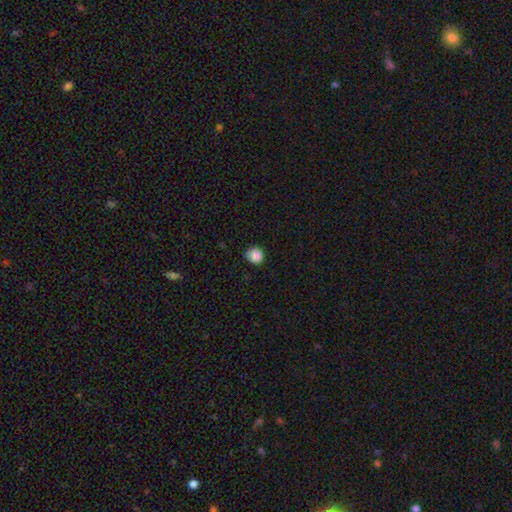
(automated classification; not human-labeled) Smooth or featured? smooth (87%)
How rounded? round (87%)
Merging? none (78%)